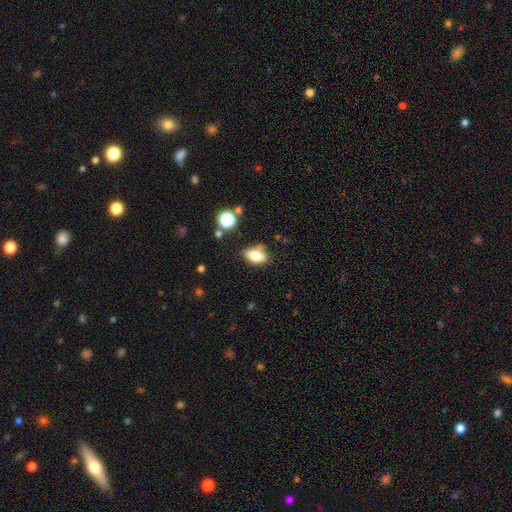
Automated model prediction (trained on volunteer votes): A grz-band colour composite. It shows a smooth galaxy with no disk features (76%) that is in between round and cigar-shaped (84%). Merging: none (73%).